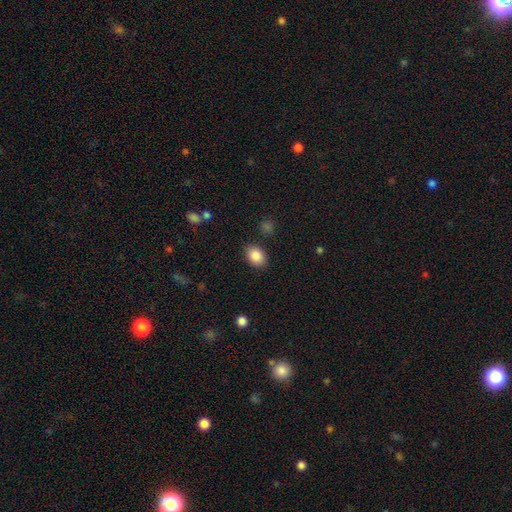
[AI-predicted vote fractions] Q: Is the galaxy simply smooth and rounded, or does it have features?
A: smooth — 86%.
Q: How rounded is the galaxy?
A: in between — 75%.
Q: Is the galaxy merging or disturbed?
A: none — 85%.